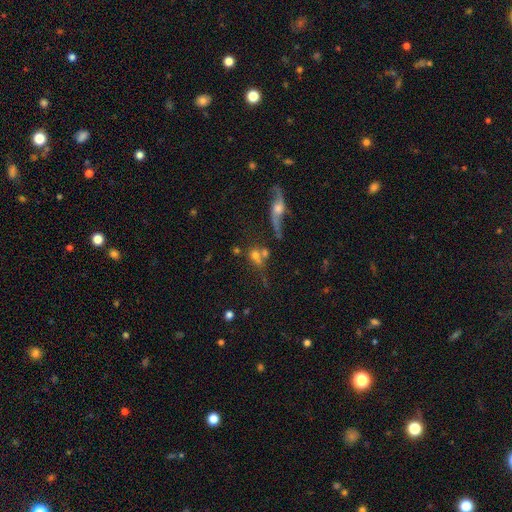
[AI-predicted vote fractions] Overall: smooth (58%; featured or disk 25%). How rounded: round (54%; in between 40%). Merging: merger (39%; none 38%).